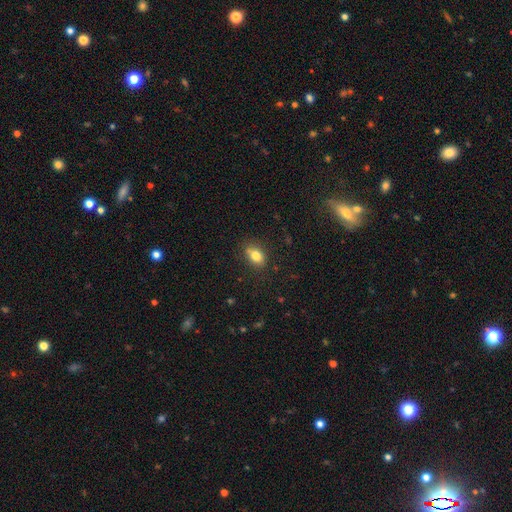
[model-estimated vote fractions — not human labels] smooth_or_featured: smooth (p=0.79) [alt: featured or disk p=0.12]
how_rounded: in between (p=0.82) [alt: round p=0.14]
merging: none (p=0.75) [alt: minor disturbance p=0.17]